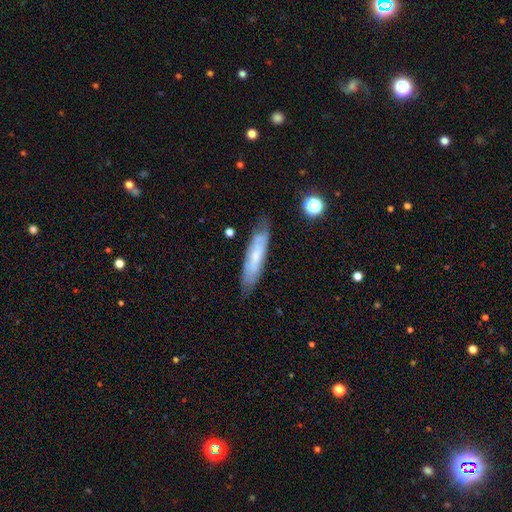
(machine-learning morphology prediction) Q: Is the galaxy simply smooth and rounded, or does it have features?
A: smooth — 51%.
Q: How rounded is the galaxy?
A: cigar-shaped — 76%.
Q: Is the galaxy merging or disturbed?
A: none — 77%.